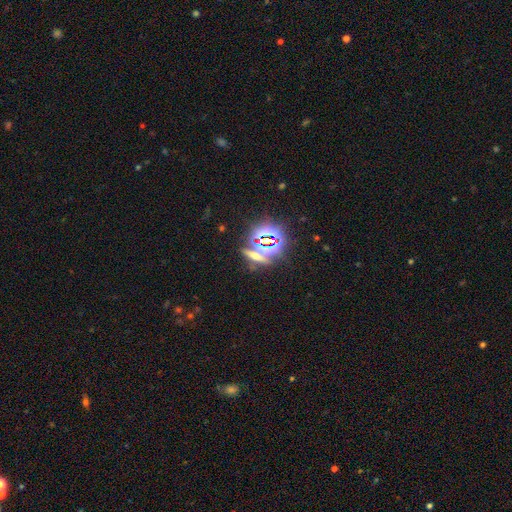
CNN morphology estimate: Overall: star or artifact (52%; smooth 27%).